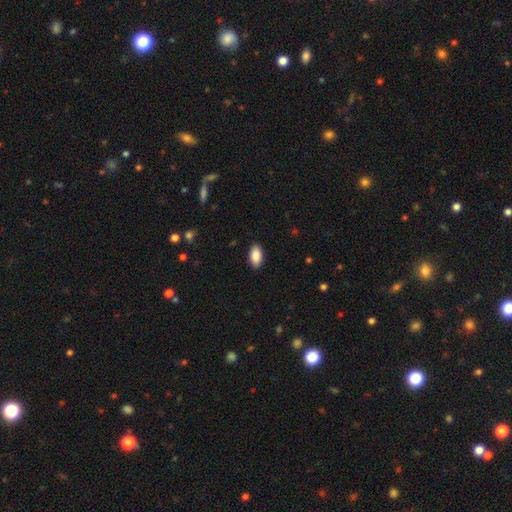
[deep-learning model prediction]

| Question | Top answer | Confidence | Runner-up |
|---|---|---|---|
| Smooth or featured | smooth | 89% | star or artifact (7%) |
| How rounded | in between | 94% | round (3%) |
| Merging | none | 89% | minor disturbance (8%) |